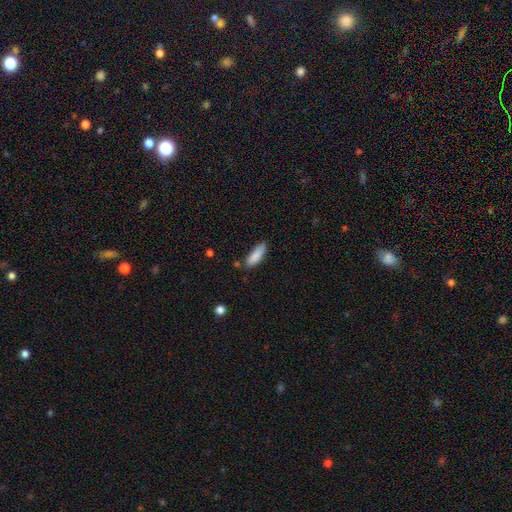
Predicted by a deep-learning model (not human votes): The model was most divided on "how rounded": in between: 56%, cigar-shaped: 42%, round: 2%. More confident: smooth or featured — smooth (88%); merging — none (79%).